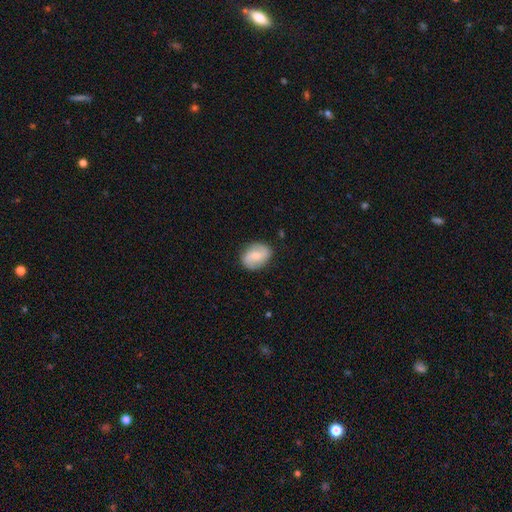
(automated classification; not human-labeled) Q: Smooth or featured?
A: featured or disk (50%); runner-up: smooth (43%)
Q: Edge-on disk?
A: no (97%); runner-up: yes (3%)
Q: Merging?
A: none (83%); runner-up: minor disturbance (12%)